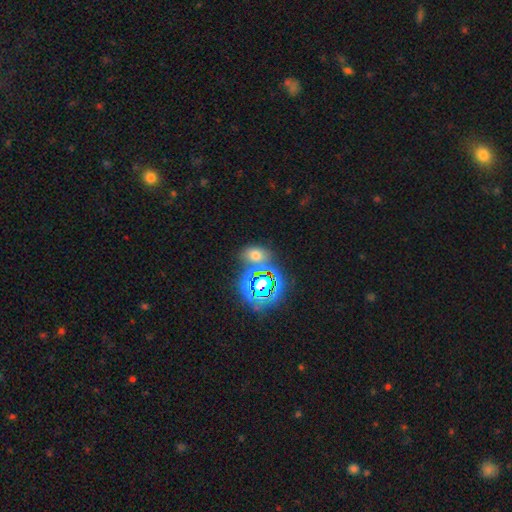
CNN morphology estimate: The model was most divided on "smooth or featured": smooth: 51%, star or artifact: 38%, featured or disk: 10%. More confident: how rounded — in between (67%); merging — none (66%).